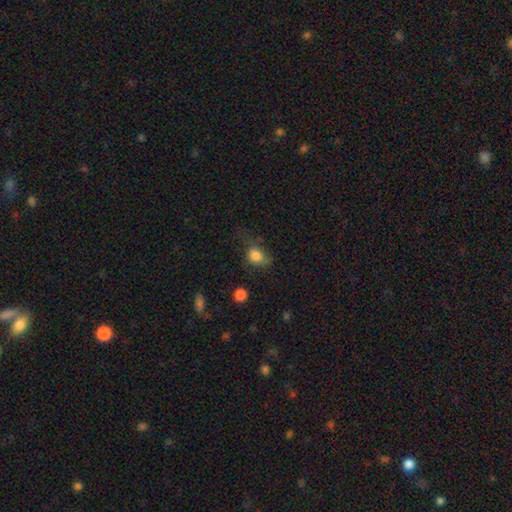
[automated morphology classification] Smooth or featured?
  - smooth: 80% *
  - featured or disk: 10%
  - star or artifact: 10%
How rounded?
  - in between: 55% *
  - round: 43%
  - cigar-shaped: 2%
Merging?
  - none: 40% *
  - minor disturbance: 30%
  - major disturbance: 27%
  - merger: 3%